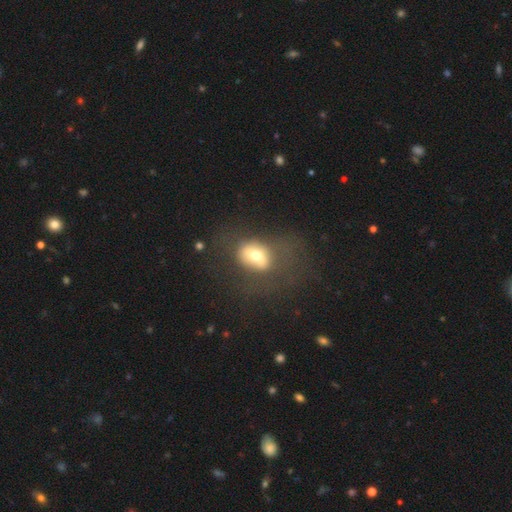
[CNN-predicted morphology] smooth-or-featured: smooth: 59% | featured or disk: 30% | star or artifact: 12%
  how-rounded: in between: 58% | round: 41% | cigar-shaped: 2%
  merging: none: 49% | major disturbance: 29% | minor disturbance: 20% | merger: 3%